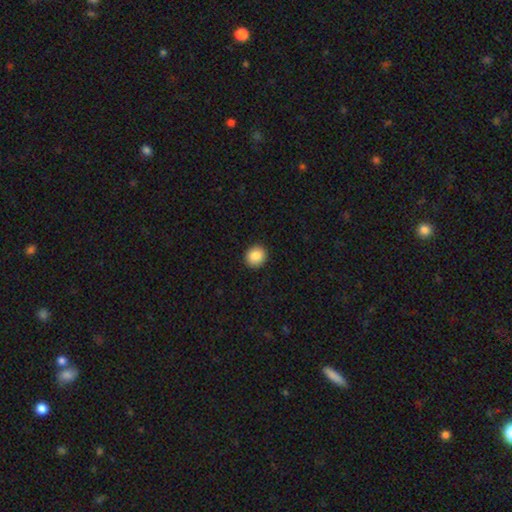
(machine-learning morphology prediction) The model was most divided on "how rounded": round: 83%, in between: 16%, cigar-shaped: 1%. More confident: merging — none (92%); smooth or featured — smooth (87%).